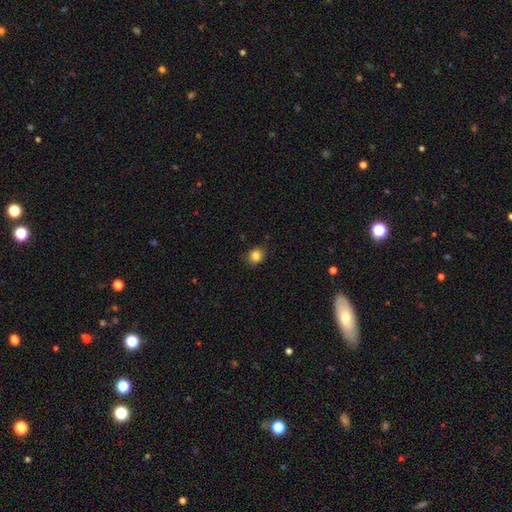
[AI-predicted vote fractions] A smooth galaxy with no disk features (84%) that is round (70%). Merging: none (83%).